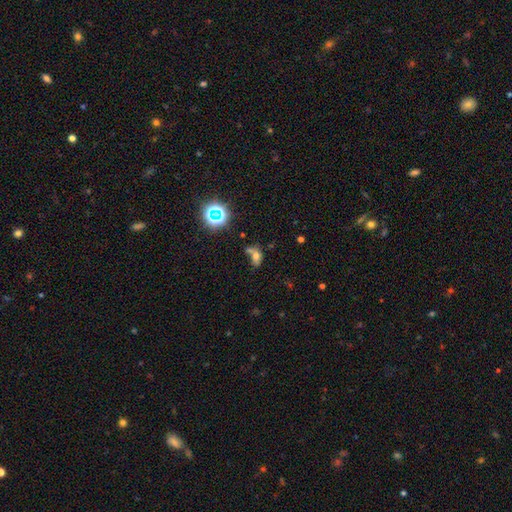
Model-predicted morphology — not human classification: smooth_or_featured: smooth (p=0.61) [alt: star or artifact p=0.22]
how_rounded: in between (p=0.72) [alt: round p=0.25]
merging: merger (p=0.45) [alt: none p=0.32]